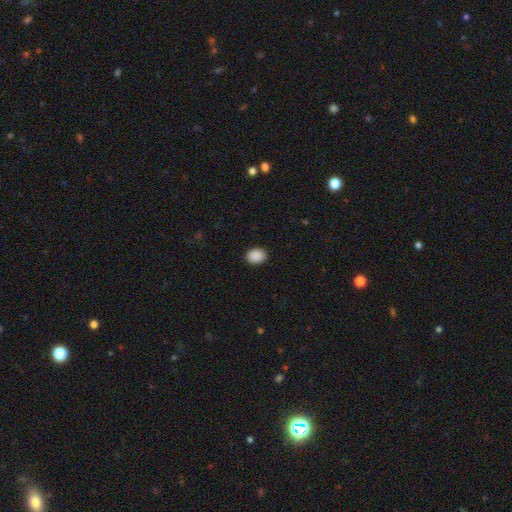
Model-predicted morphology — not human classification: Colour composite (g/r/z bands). It shows a smooth galaxy with no disk features (90%) that is in between round and cigar-shaped (60%). Merging: none (90%).